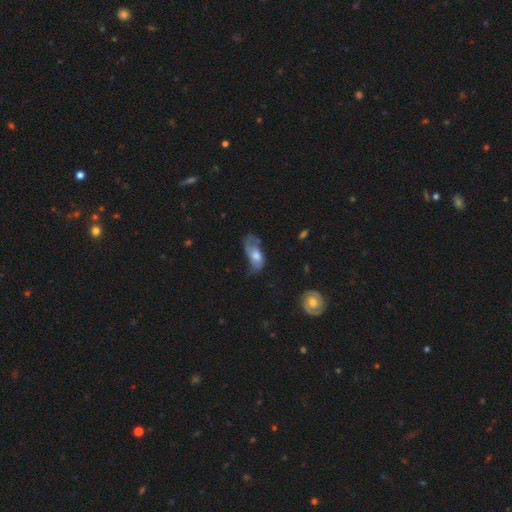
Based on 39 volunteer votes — Smooth or featured?
  - featured or disk: 64% *
  - smooth: 33%
  - star or artifact: 3%
Edge-on disk?
  - no: 92% *
  - yes: 8%
Bar?
  - no: 70% *
  - weak: 30%
  - strong: 0%
Spiral arms?
  - yes: 91% *
  - no: 9%
Spiral winding?
  - loose: 52% *
  - medium: 48%
  - tight: 0%
Spiral arm count?
  - 2: 76% *
  - can't tell: 14%
  - 1: 5%
  - 4: 5%
  - 3: 0%
  - more than 4: 0%
Bulge size?
  - moderate: 74% *
  - large: 9%
  - small: 9%
  - none: 9%
  - dominant: 0%
Merging?
  - none: 39% *
  - major disturbance: 32%
  - minor disturbance: 24%
  - merger: 5%